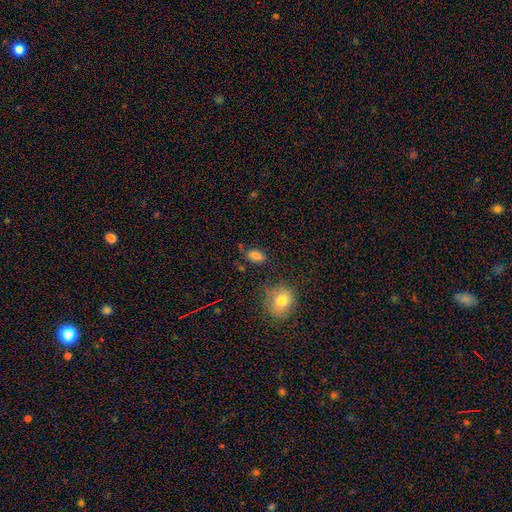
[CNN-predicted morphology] The model was most divided on "merging": none: 77%, minor disturbance: 15%, major disturbance: 4%, merger: 4%. More confident: how rounded — in between (87%); smooth or featured — smooth (83%).